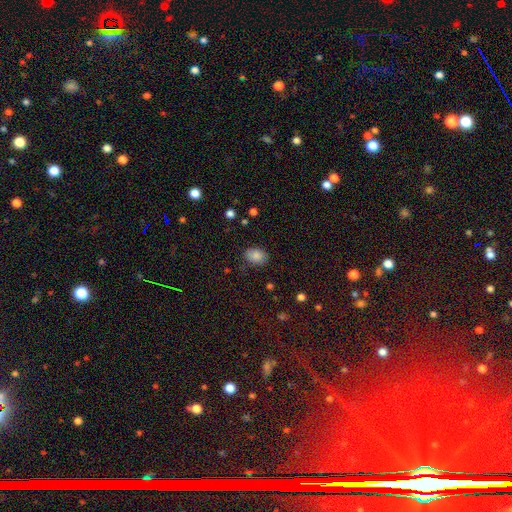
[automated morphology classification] The model was most divided on "how rounded": in between: 69%, round: 30%, cigar-shaped: 1%. More confident: smooth or featured — smooth (85%); merging — none (78%).